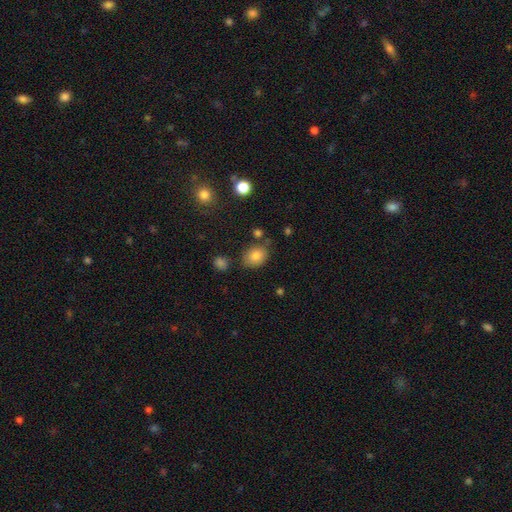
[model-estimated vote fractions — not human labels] smooth_or_featured: smooth (p=0.83) [alt: star or artifact p=0.10]
how_rounded: in between (p=0.60) [alt: round p=0.39]
merging: none (p=0.73) [alt: minor disturbance p=0.16]